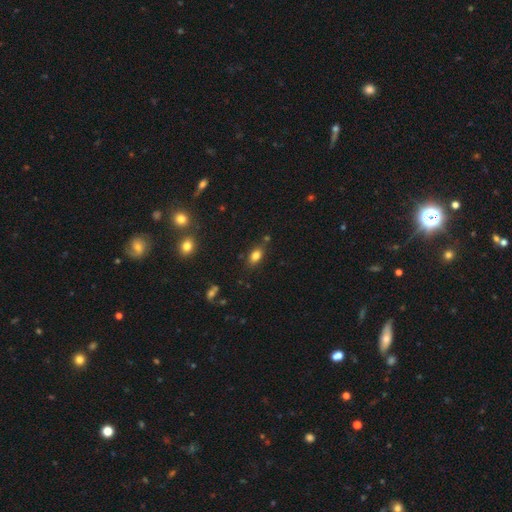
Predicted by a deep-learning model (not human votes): smooth_or_featured: smooth (p=0.81) [alt: star or artifact p=0.11]
how_rounded: in between (p=0.83) [alt: round p=0.13]
merging: none (p=0.77) [alt: minor disturbance p=0.14]